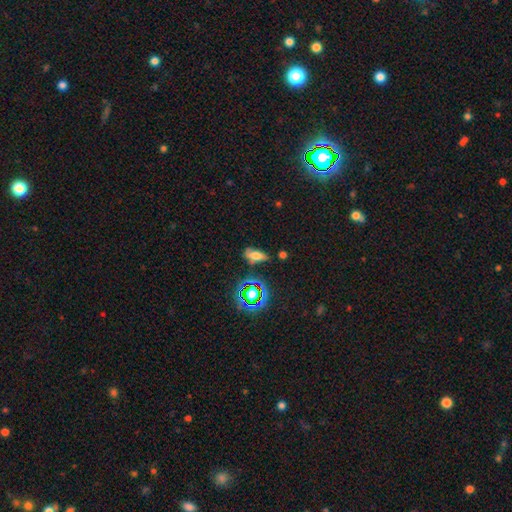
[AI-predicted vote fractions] smooth-or-featured: smooth: 57% | star or artifact: 23% | featured or disk: 21%
  how-rounded: in between: 78% | cigar-shaped: 15% | round: 7%
  merging: none: 54% | minor disturbance: 27% | major disturbance: 12% | merger: 7%